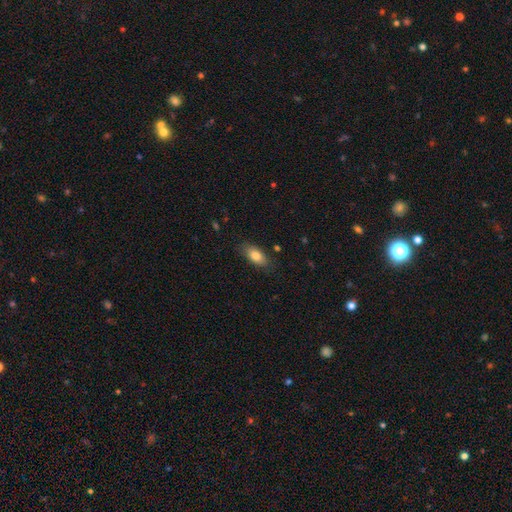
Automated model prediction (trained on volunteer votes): Overall: smooth (82%). How rounded: in between (88%). Merging: none (82%).